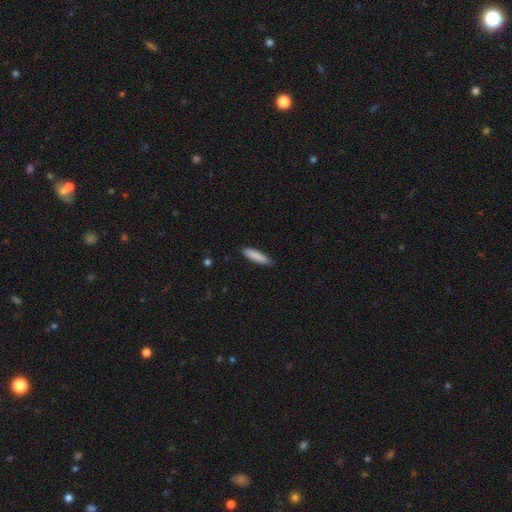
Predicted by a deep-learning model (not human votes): This appears to be a smooth galaxy with no disk features (87%) that is cigar-shaped (77%). Merging: none (87%).